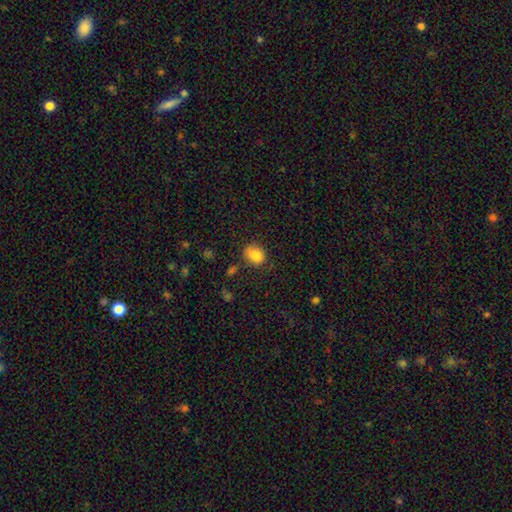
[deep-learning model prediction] Morphology: type=smooth (83%); roundness=in between (61%); merging=none (66%).